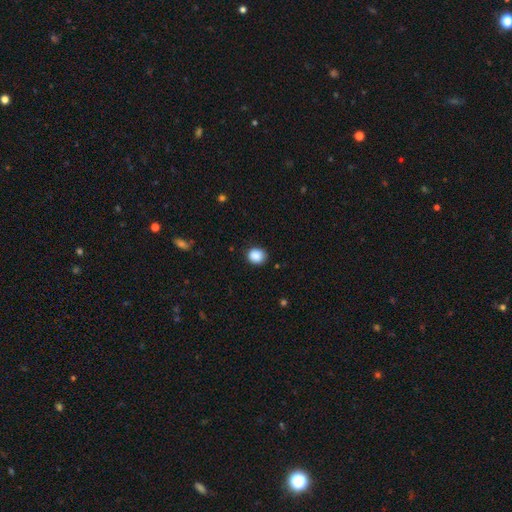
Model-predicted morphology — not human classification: The model was most divided on "how rounded": round: 80%, in between: 19%, cigar-shaped: 1%. More confident: smooth or featured — smooth (88%); merging — none (85%).